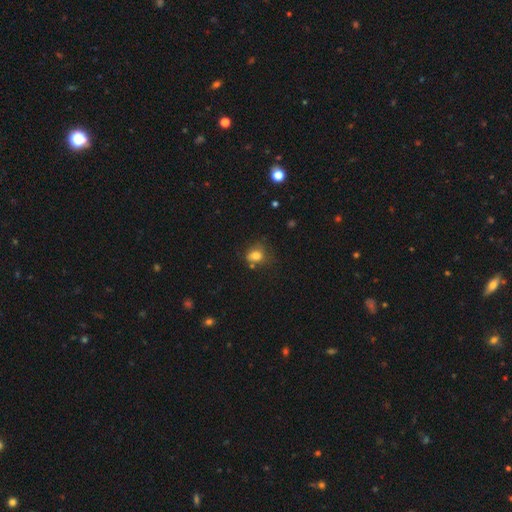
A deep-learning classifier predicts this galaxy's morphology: This is likely a smooth galaxy (77%). How rounded: possibly in between (50%). Merging: possibly none (54%).